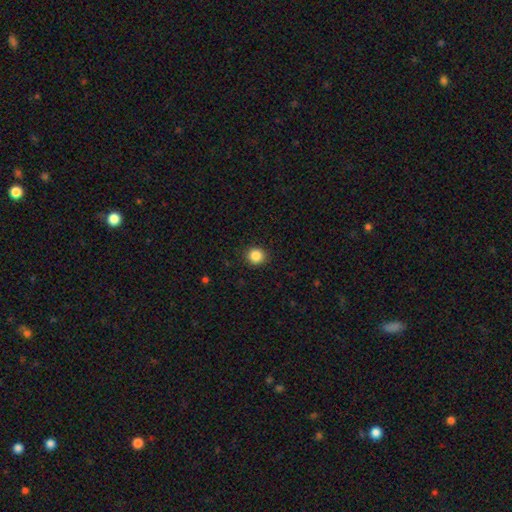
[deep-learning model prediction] The model was most divided on "smooth or featured": smooth: 86%, star or artifact: 10%, featured or disk: 4%. More confident: merging — none (91%); how rounded — round (90%).